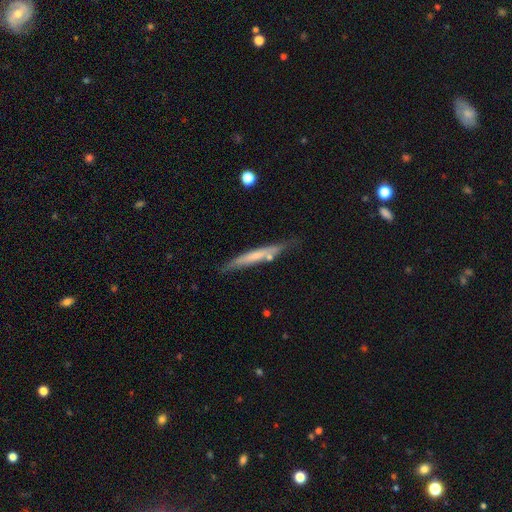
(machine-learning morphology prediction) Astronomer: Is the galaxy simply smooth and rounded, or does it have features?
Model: smooth — 52% (runner-up: featured or disk, 42%).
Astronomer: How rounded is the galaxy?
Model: cigar-shaped — 94%.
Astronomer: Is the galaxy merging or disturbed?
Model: none — 74%.